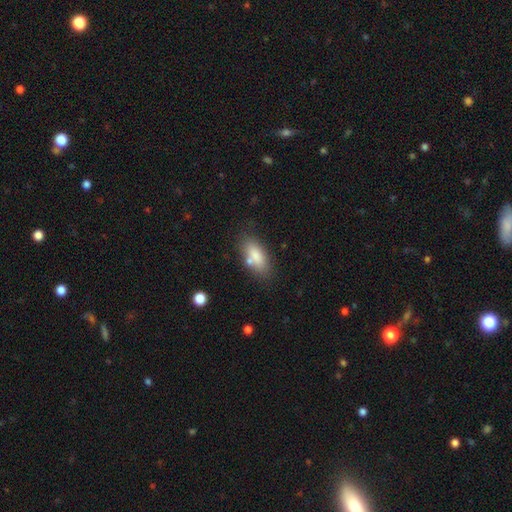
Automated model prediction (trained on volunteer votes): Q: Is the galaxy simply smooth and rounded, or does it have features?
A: smooth — 81%.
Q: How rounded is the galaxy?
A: in between — 82%.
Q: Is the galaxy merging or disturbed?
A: none — 70%.